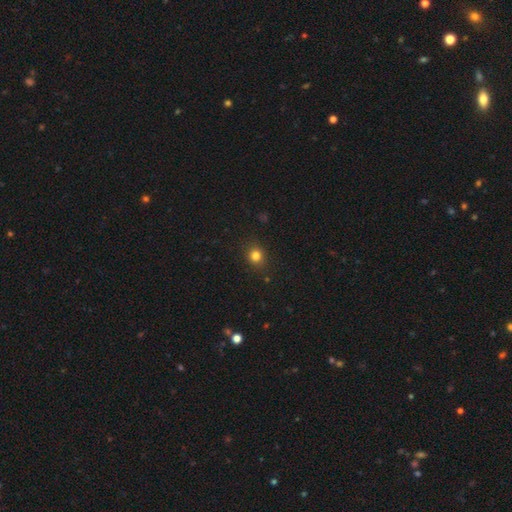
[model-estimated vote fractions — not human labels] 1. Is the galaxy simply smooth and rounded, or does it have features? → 80% smooth, 14% star or artifact, 5% featured or disk.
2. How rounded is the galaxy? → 79% round, 20% in between, 1% cigar-shaped.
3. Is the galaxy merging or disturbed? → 89% none, 8% minor disturbance, 2% major disturbance, 1% merger.